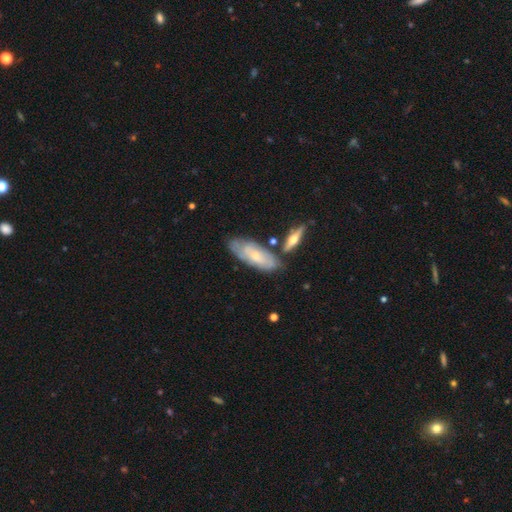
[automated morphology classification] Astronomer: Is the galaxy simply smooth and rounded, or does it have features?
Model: featured or disk — 54% (runner-up: smooth, 39%).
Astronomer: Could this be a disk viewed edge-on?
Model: no — 79%.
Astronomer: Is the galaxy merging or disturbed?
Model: none — 62%.